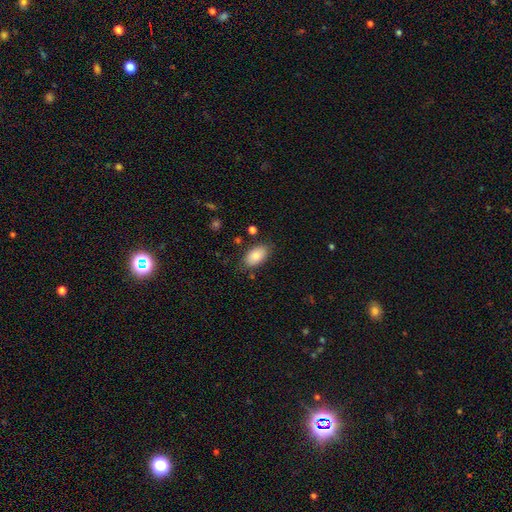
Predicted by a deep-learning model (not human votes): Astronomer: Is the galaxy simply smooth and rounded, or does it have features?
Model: smooth — 85%.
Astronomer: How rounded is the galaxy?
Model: in between — 94%.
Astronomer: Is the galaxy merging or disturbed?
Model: none — 80%.